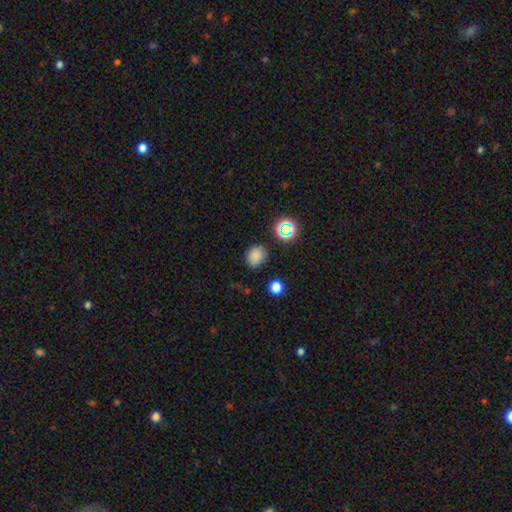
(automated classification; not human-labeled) Smooth or featured?
  - smooth: 79% *
  - star or artifact: 17%
  - featured or disk: 5%
How rounded?
  - round: 65% *
  - in between: 34%
  - cigar-shaped: 1%
Merging?
  - none: 82% *
  - minor disturbance: 12%
  - major disturbance: 3%
  - merger: 2%